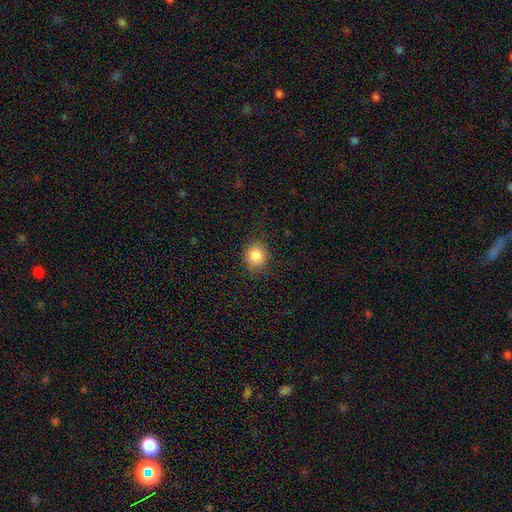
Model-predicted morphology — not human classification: smooth 86%, star or artifact 10%, featured or disk 5%. Down the decision tree: how rounded — round (81%); merging — none (85%).